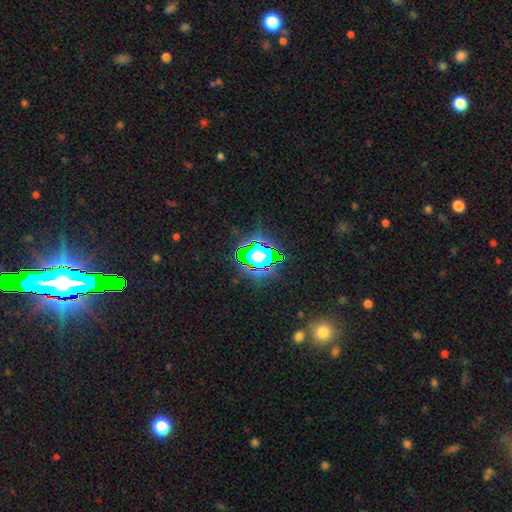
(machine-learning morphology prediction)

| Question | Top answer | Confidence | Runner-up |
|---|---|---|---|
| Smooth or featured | star or artifact | 72% | smooth (17%) |